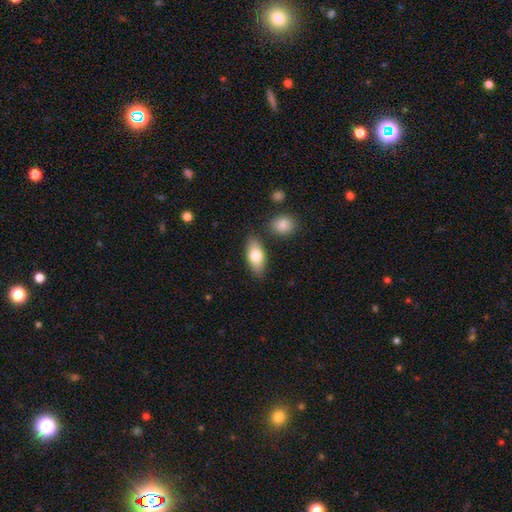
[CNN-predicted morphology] Overall: smooth (77%). How rounded: in between (88%). Merging: none (81%).